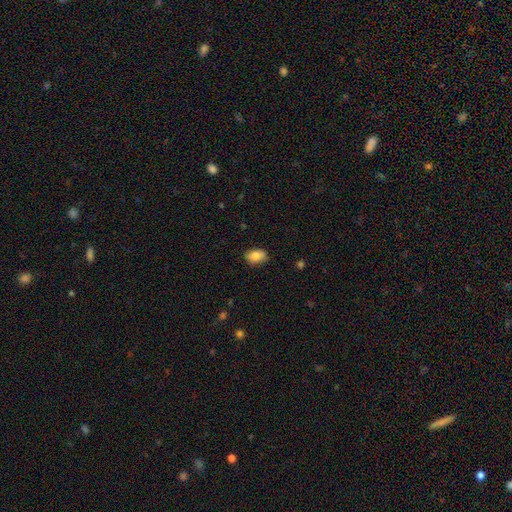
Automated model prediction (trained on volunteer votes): Smooth or featured? smooth (80%)
How rounded? in between (85%)
Merging? none (80%)